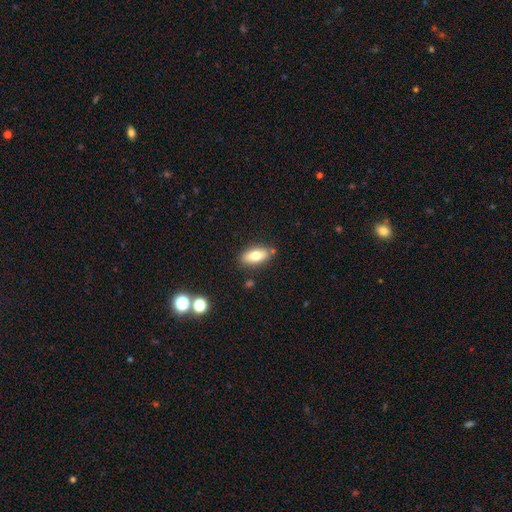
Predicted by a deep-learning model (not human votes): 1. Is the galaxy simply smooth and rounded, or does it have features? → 74% smooth, 19% featured or disk, 7% star or artifact.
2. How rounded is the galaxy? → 85% in between, 12% cigar-shaped, 3% round.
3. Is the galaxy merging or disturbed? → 82% none, 12% minor disturbance, 4% merger, 3% major disturbance.